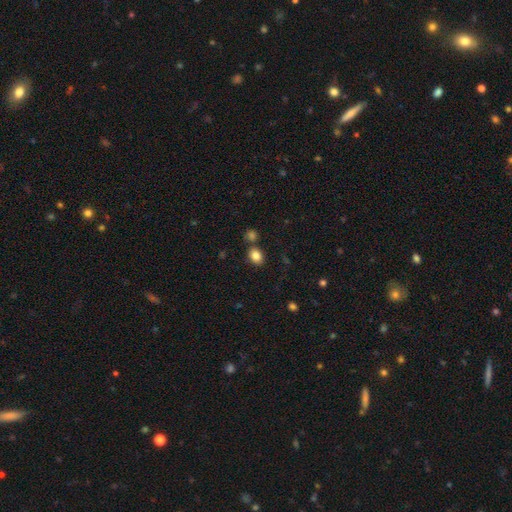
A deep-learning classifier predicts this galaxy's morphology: A smooth galaxy with no disk features (84%) that is in between round and cigar-shaped (59%).

Vote fractions:
- Smooth or featured? smooth: 84% / star or artifact: 10% / featured or disk: 6%
- How rounded? in between: 59% / round: 40% / cigar-shaped: 1%
- Merging? none: 74% / merger: 12% / minor disturbance: 11% / major disturbance: 3%